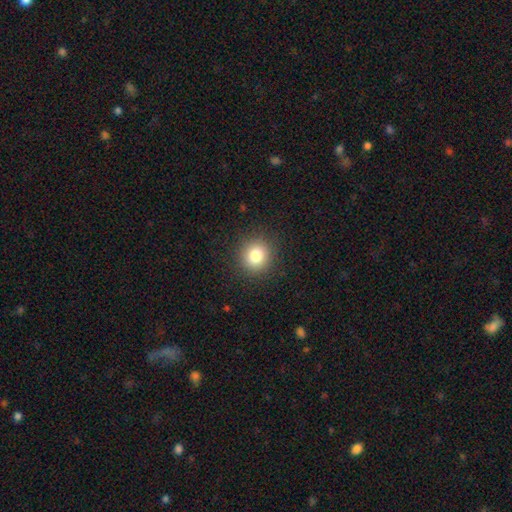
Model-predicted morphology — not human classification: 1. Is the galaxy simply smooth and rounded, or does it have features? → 82% smooth, 11% star or artifact, 7% featured or disk.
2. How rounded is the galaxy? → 91% round, 9% in between, 1% cigar-shaped.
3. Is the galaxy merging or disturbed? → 90% none, 6% minor disturbance, 2% major disturbance, 1% merger.